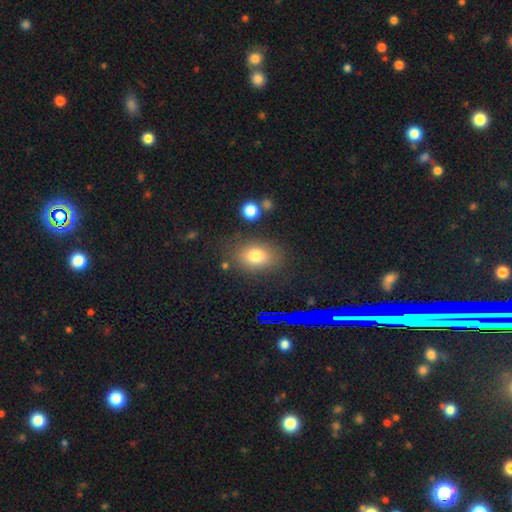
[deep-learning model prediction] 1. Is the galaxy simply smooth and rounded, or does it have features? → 76% smooth, 13% star or artifact, 11% featured or disk.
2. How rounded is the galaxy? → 69% in between, 30% round, 1% cigar-shaped.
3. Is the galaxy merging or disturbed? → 78% none, 13% minor disturbance, 5% major disturbance, 4% merger.